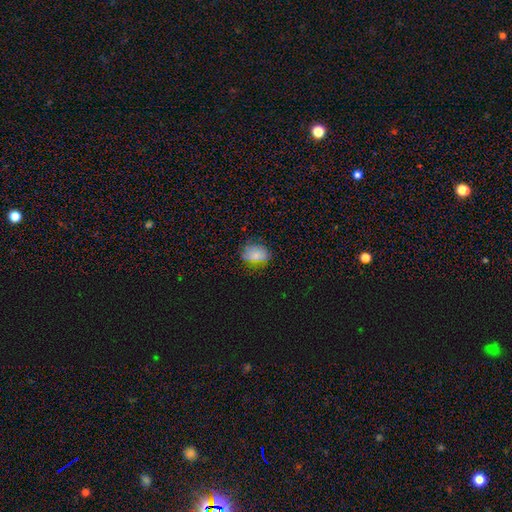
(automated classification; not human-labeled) Smooth or featured? Predicted: smooth (p=0.68). How rounded? Predicted: in between (p=0.63). Merging? Predicted: none (p=0.73).